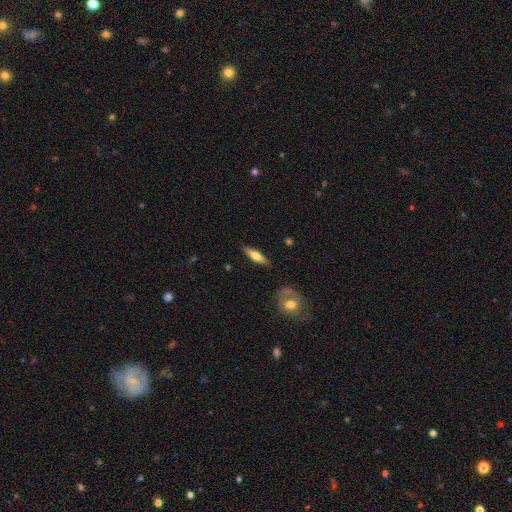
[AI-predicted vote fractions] Overall: smooth (56%; featured or disk 38%). How rounded: cigar-shaped (62%; in between 35%). Merging: none (87%).